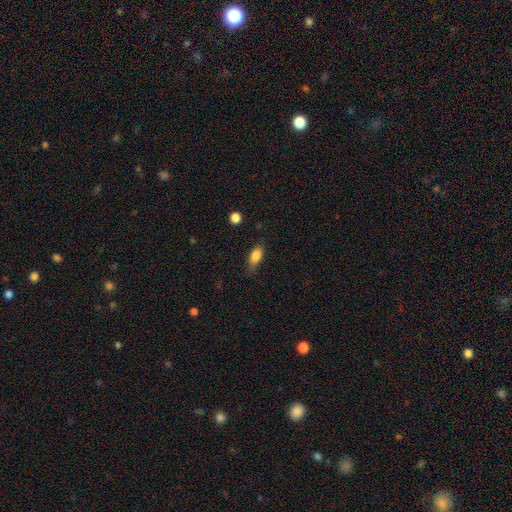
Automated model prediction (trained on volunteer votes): Q: Smooth or featured?
A: smooth (82%); runner-up: featured or disk (10%)
Q: How rounded?
A: in between (81%); runner-up: cigar-shaped (13%)
Q: Merging?
A: none (71%); runner-up: minor disturbance (22%)